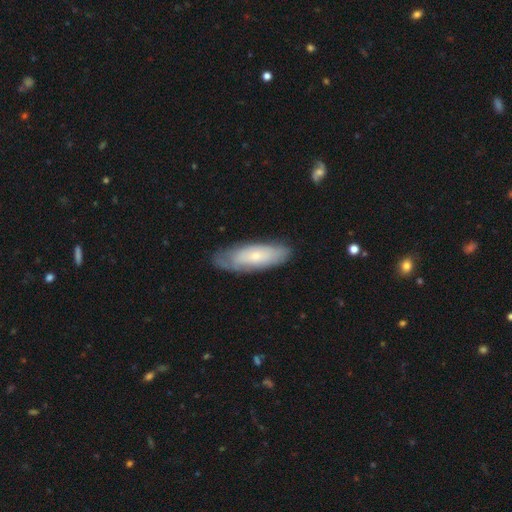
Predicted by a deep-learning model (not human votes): This is possibly a smooth galaxy (49%). Merging: likely none (72%).